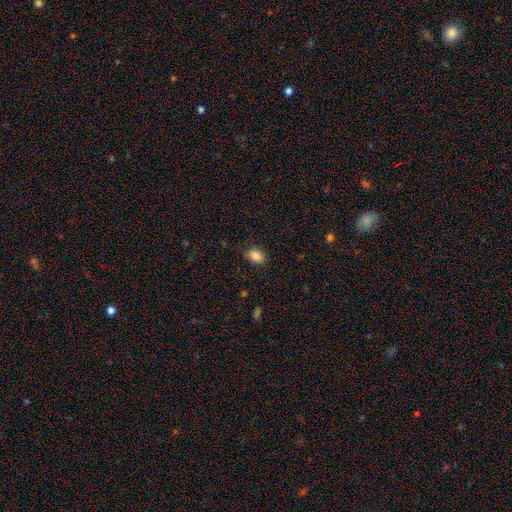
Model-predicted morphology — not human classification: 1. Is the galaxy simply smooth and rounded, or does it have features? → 87% smooth, 9% star or artifact, 5% featured or disk.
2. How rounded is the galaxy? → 81% in between, 18% round, 1% cigar-shaped.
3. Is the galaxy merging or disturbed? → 82% none, 14% minor disturbance, 3% major disturbance, 1% merger.